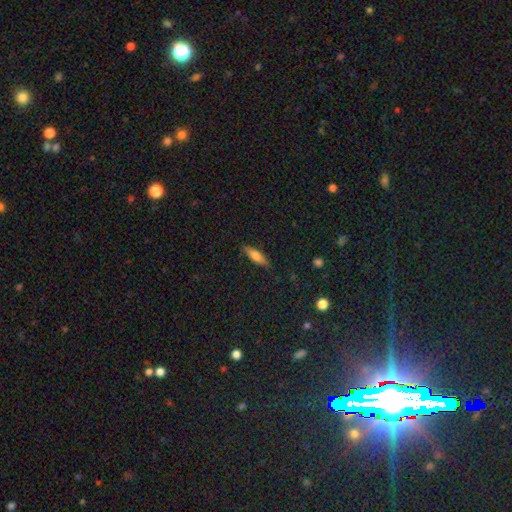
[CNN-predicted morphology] Smooth or featured? Predicted: smooth (p=0.67). How rounded? Predicted: cigar-shaped (p=0.63). Merging? Predicted: none (p=0.84).